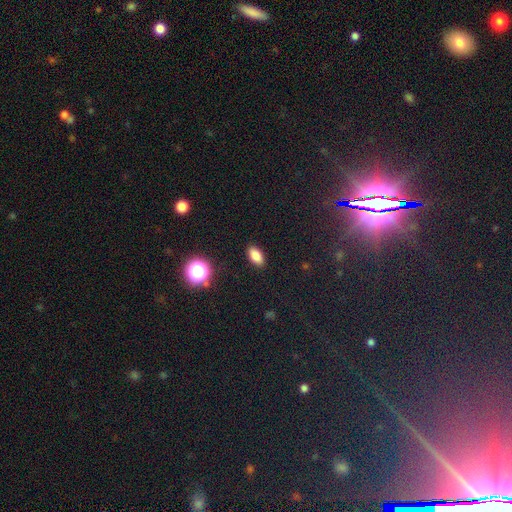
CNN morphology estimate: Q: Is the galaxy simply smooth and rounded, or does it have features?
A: smooth — 83%.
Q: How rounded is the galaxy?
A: in between — 89%.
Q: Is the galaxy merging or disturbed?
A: none — 89%.